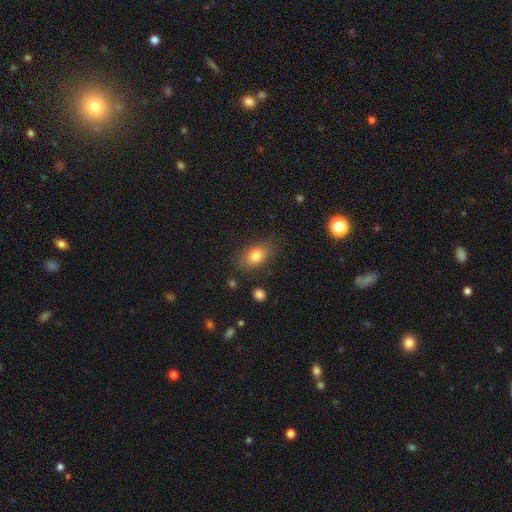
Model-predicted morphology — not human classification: Smooth or featured: smooth — 80% (featured or disk — 11%)
How rounded: in between — 80% (round — 17%)
Merging: none — 80% (minor disturbance — 13%)